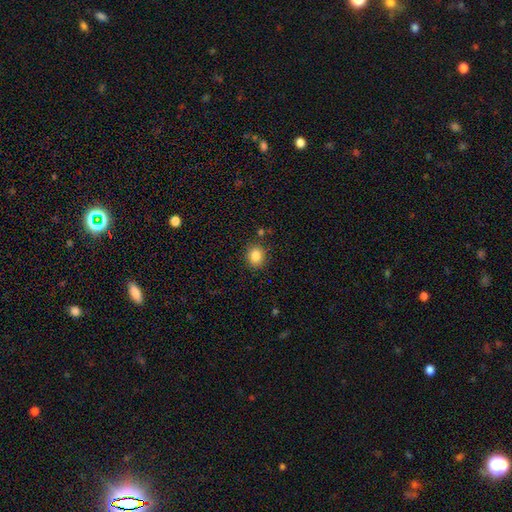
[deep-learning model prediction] A smooth galaxy with no disk features (84%) that is round (72%).

Vote fractions:
- Smooth or featured? smooth: 84% / star or artifact: 11% / featured or disk: 6%
- How rounded? round: 72% / in between: 27% / cigar-shaped: 1%
- Merging? none: 86% / minor disturbance: 9% / merger: 3% / major disturbance: 2%